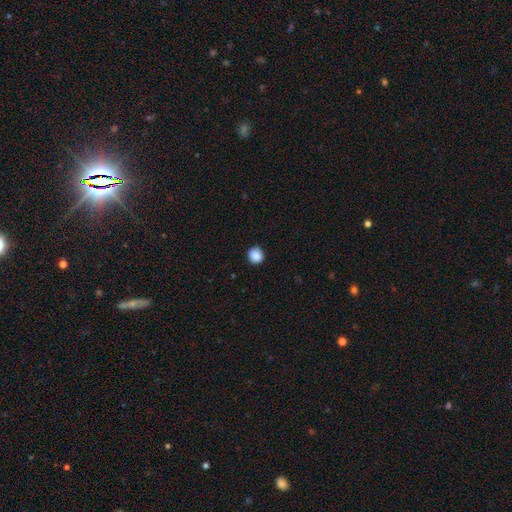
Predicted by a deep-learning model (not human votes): Smooth or featured? smooth (88%)
How rounded? round (90%)
Merging? none (91%)